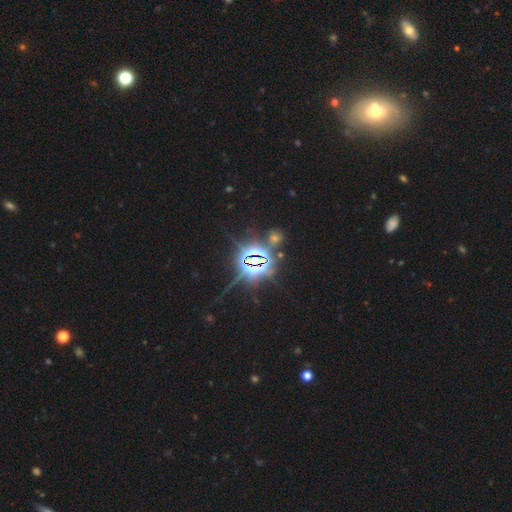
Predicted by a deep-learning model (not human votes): Morphology: type=star or artifact (78%).